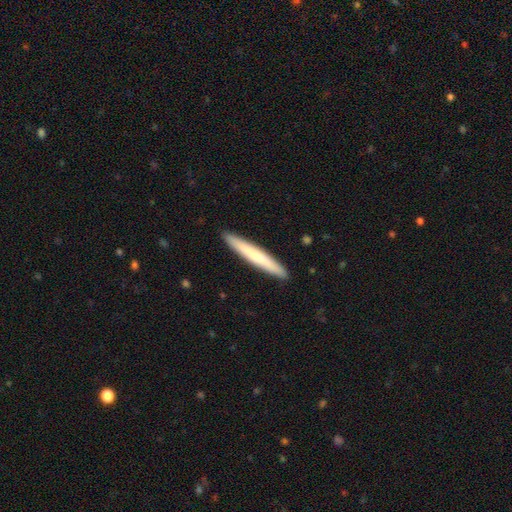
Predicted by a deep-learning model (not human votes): Smooth or featured? smooth (67%)
How rounded? cigar-shaped (96%)
Merging? none (92%)